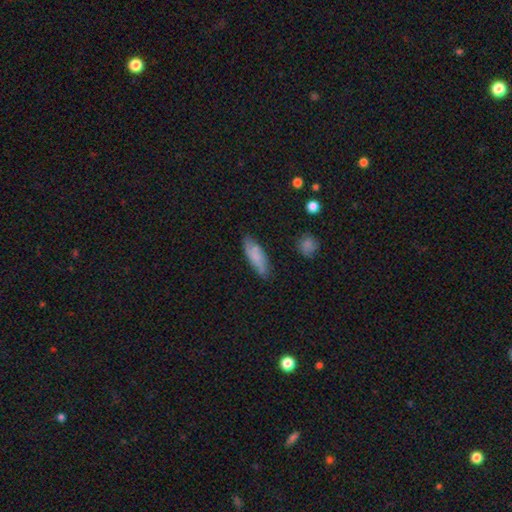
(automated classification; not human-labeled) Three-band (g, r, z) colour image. It shows a smooth galaxy with no disk features (72%) that is in between round and cigar-shaped (57%). Merging: none (75%).